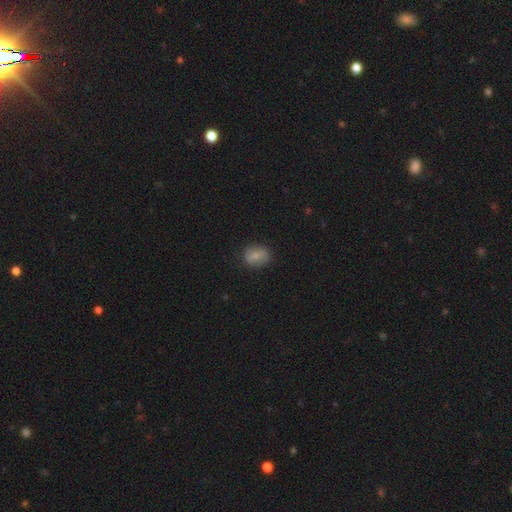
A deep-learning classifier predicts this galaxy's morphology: type=smooth (64%); roundness=round (53%); merging=none (79%).